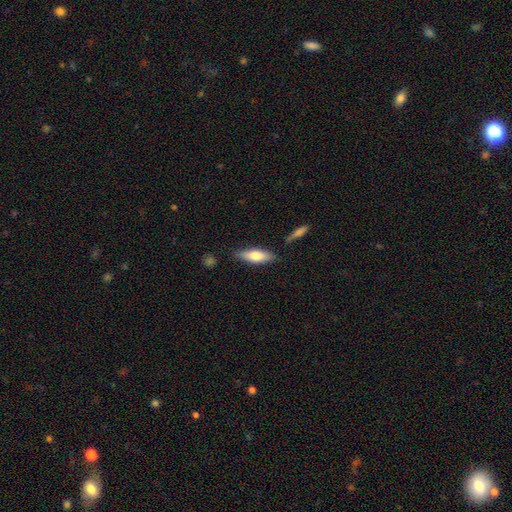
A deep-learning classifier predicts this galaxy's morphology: Overall: smooth (70%). How rounded: in between (58%; cigar-shaped 40%). Merging: none (81%).